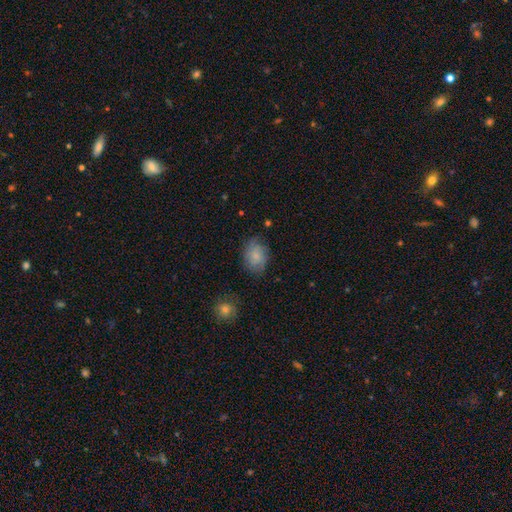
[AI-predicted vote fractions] Smooth or featured? smooth (70%)
How rounded? in between (67%)
Merging? none (69%)